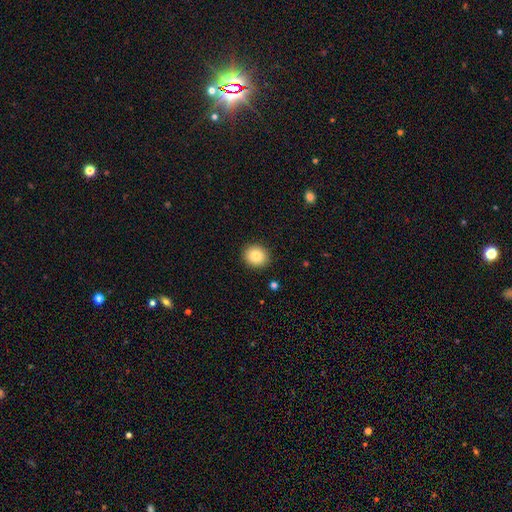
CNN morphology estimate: Smooth or featured: smooth — 84% (star or artifact — 9%)
How rounded: round — 78% (in between — 21%)
Merging: none — 90% (minor disturbance — 7%)